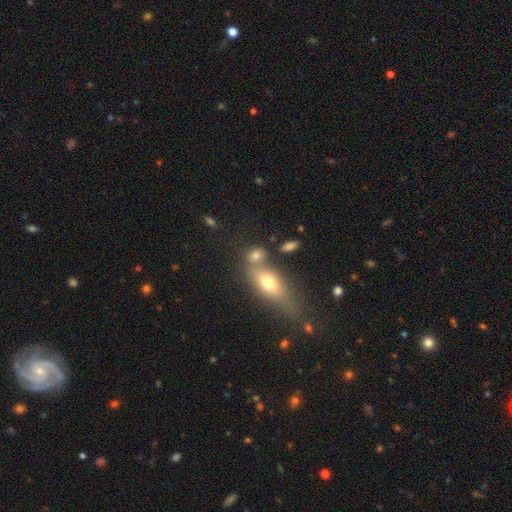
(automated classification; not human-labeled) The model was most divided on "merging": none: 48%, merger: 34%, minor disturbance: 12%, major disturbance: 6%. More confident: smooth or featured — smooth (73%); how rounded — in between (61%).